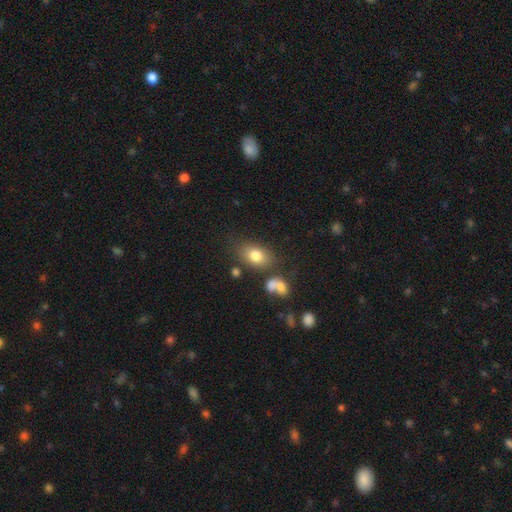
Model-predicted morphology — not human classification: Overall: smooth (79%). How rounded: in between (81%). Merging: none (69%).